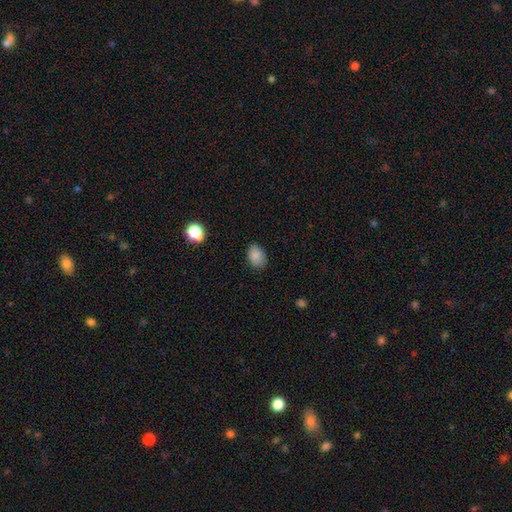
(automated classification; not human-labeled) Overall: smooth (84%). How rounded: in between (73%). Merging: none (77%).